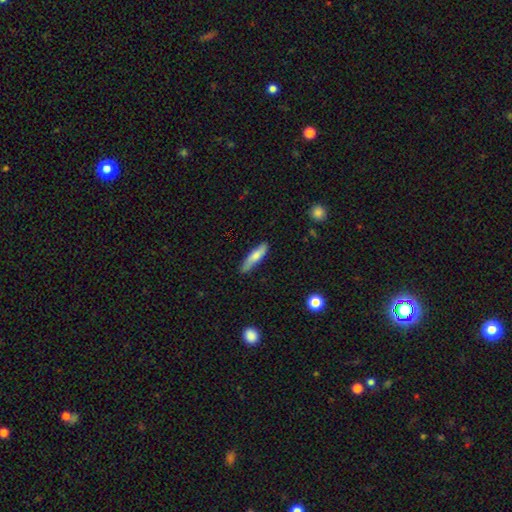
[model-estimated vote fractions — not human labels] A smooth galaxy with no disk features (71%) that is cigar-shaped (75%).

Vote fractions:
- Smooth or featured? smooth: 71% / featured or disk: 23% / star or artifact: 6%
- How rounded? cigar-shaped: 75% / in between: 23% / round: 2%
- Merging? none: 79% / minor disturbance: 16% / major disturbance: 3% / merger: 2%